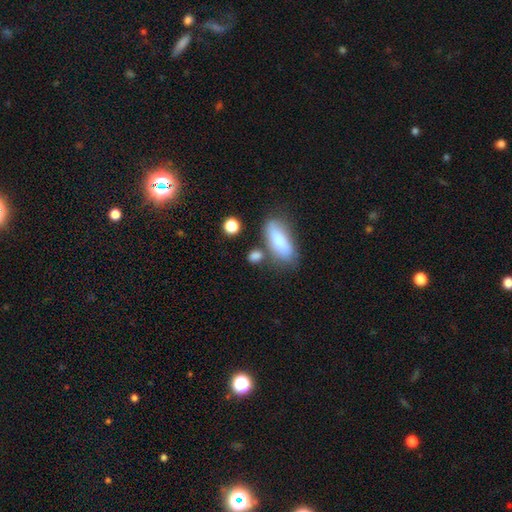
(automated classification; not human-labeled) Smooth or featured?
  - smooth: 83% *
  - star or artifact: 9%
  - featured or disk: 8%
How rounded?
  - in between: 65% *
  - round: 19%
  - cigar-shaped: 16%
Merging?
  - none: 63% *
  - minor disturbance: 17%
  - merger: 14%
  - major disturbance: 6%